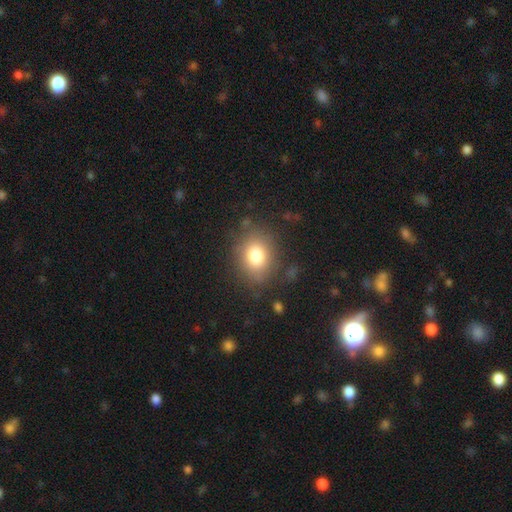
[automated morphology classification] smooth-or-featured: smooth: 78% | star or artifact: 11% | featured or disk: 10%
  how-rounded: round: 53% | in between: 46% | cigar-shaped: 1%
  merging: none: 80% | minor disturbance: 12% | major disturbance: 6% | merger: 2%